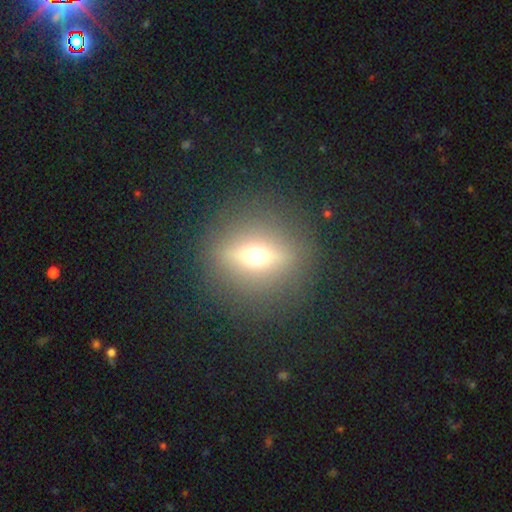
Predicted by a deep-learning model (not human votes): This is possibly a featured or disk galaxy (46%). Merging: clearly none (85%).